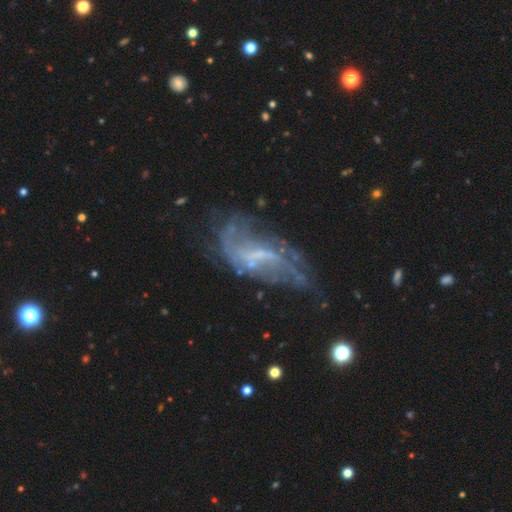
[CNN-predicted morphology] smooth_or_featured: featured or disk (p=0.75) [alt: smooth p=0.15]
disk_edge_on: no (p=0.93) [alt: yes p=0.07]
bar: weak (p=0.45) [alt: no p=0.34]
has_spiral_arms: yes (p=0.65) [alt: no p=0.35]
bulge_size: none (p=0.43) [alt: small p=0.40]
merging: none (p=0.38) [alt: major disturbance p=0.32]